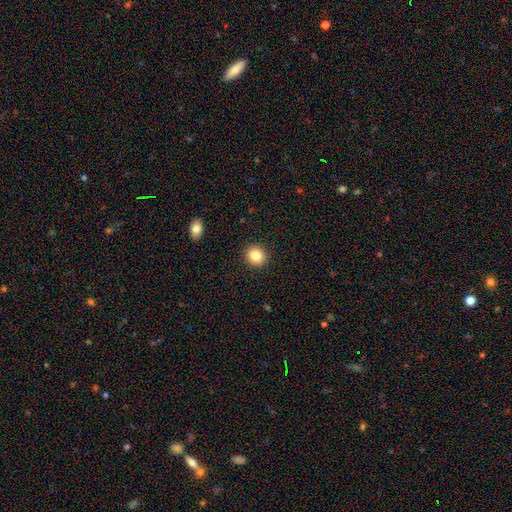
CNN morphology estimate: This appears to be a smooth galaxy with no disk features (84%) that is round (85%). Merging: none (92%).